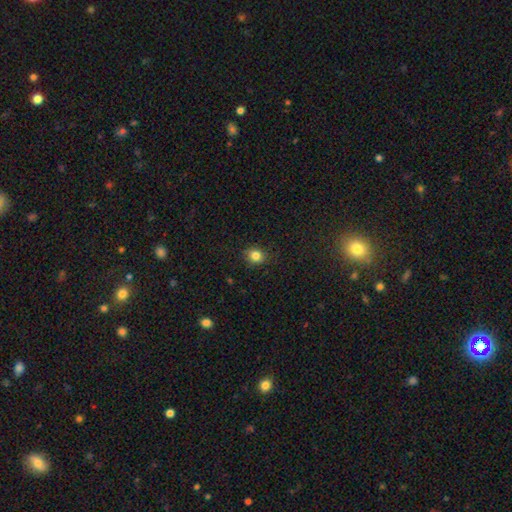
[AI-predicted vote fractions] smooth_or_featured: smooth (p=0.83) [alt: star or artifact p=0.12]
how_rounded: round (p=0.72) [alt: in between p=0.27]
merging: none (p=0.87) [alt: minor disturbance p=0.09]